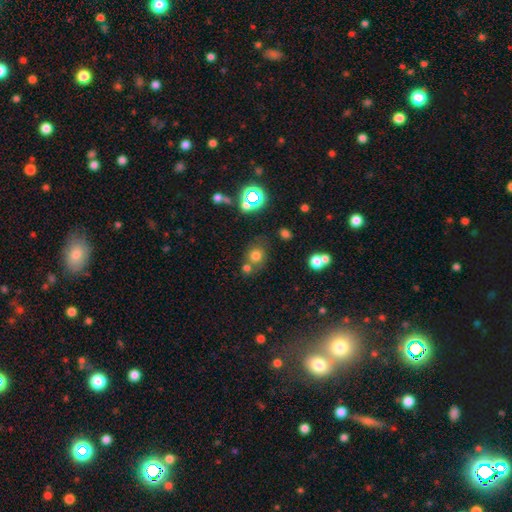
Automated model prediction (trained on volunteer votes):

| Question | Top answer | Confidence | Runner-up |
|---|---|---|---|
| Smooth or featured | smooth | 69% | star or artifact (21%) |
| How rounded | round | 73% | in between (26%) |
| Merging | none | 61% | merger (22%) |